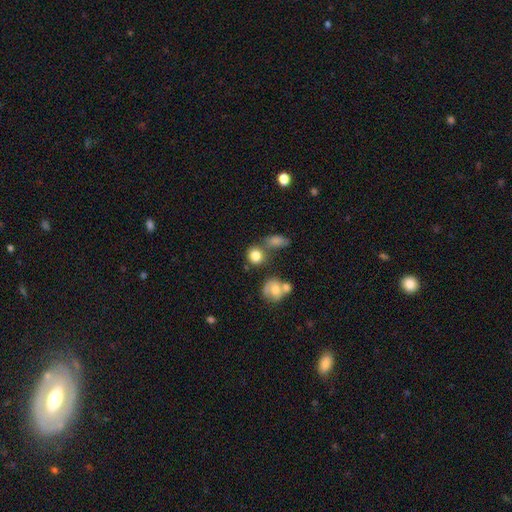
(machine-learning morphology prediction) smooth_or_featured: smooth (p=0.80) [alt: star or artifact p=0.10]
how_rounded: round (p=0.78) [alt: in between p=0.20]
merging: none (p=0.56) [alt: merger p=0.23]